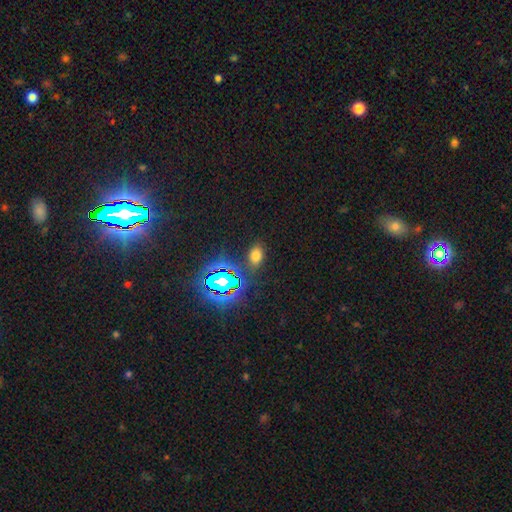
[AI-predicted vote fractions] Q: Smooth or featured?
A: smooth (62%); runner-up: star or artifact (31%)
Q: How rounded?
A: in between (83%); runner-up: round (15%)
Q: Merging?
A: none (83%); runner-up: minor disturbance (10%)